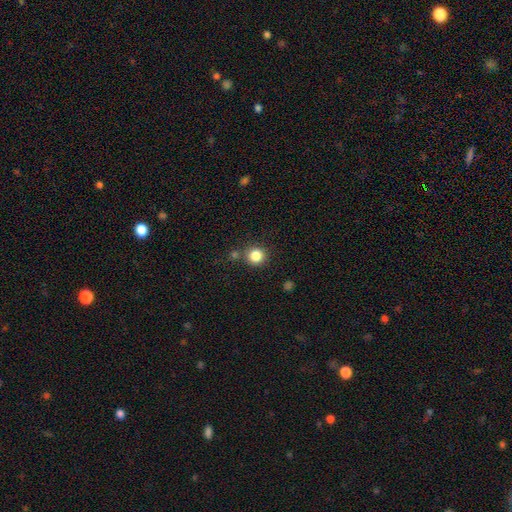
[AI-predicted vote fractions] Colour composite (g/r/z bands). It shows a smooth galaxy with no disk features (84%) that is round (93%). Merging: none (81%).